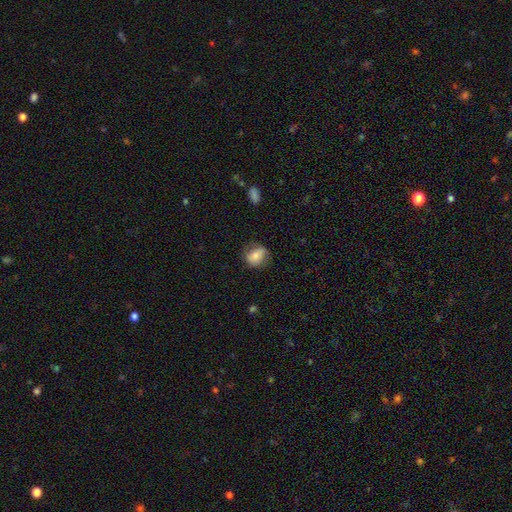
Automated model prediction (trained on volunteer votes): Smooth or featured? smooth (71%)
How rounded? round (52%)
Merging? none (69%)